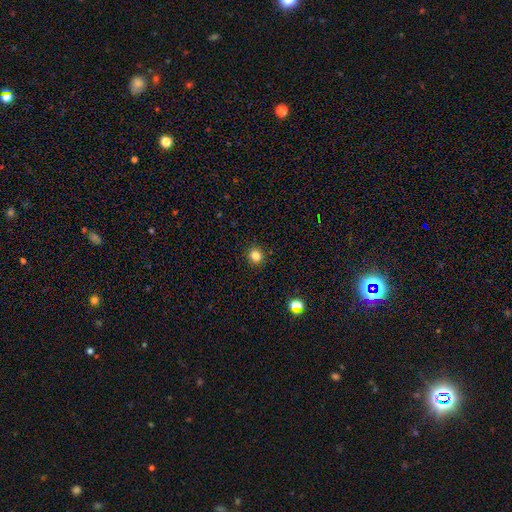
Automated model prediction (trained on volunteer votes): Smooth or featured? Predicted: smooth (p=0.82). How rounded? Predicted: round (p=0.87). Merging? Predicted: none (p=0.91).